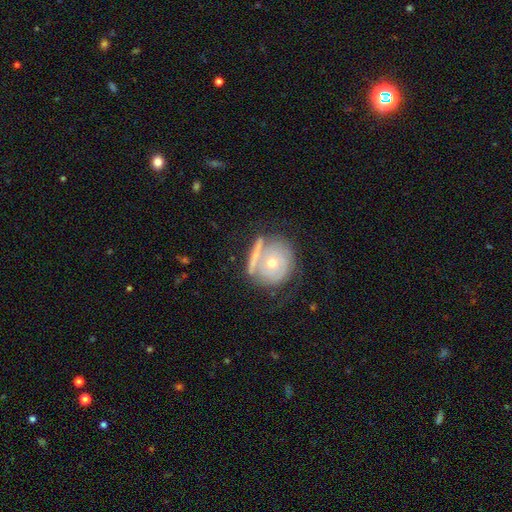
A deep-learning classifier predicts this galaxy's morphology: smooth-or-featured: featured or disk: 54% | smooth: 38% | star or artifact: 8%
  disk-edge-on: no: 82% | yes: 18%
  merging: none: 57% | merger: 19% | minor disturbance: 17% | major disturbance: 7%